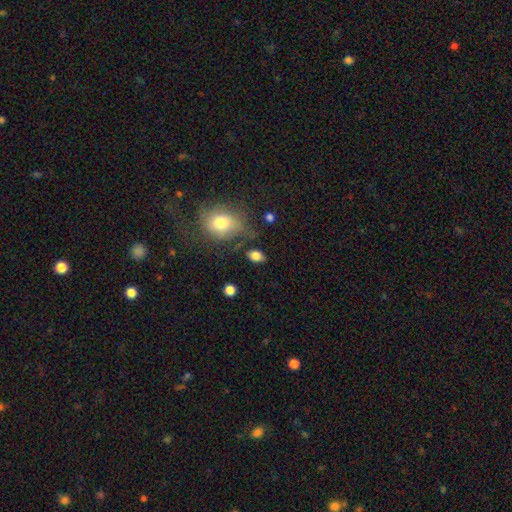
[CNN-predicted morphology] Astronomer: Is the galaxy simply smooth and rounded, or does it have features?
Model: smooth — 82%.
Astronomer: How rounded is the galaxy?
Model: in between — 81%.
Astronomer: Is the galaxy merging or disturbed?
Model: none — 72%.